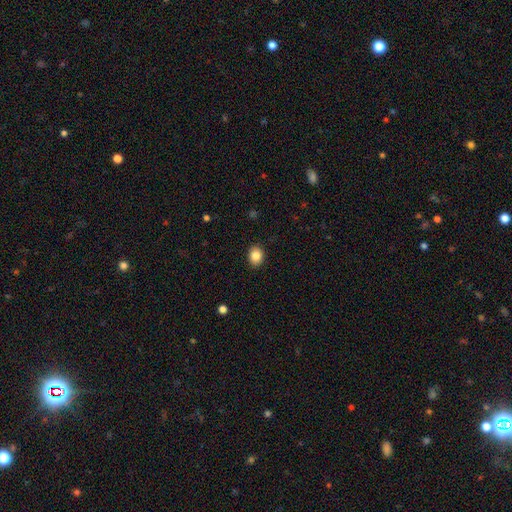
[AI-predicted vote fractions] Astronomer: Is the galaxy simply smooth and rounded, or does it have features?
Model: smooth — 85%.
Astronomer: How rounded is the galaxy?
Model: round — 51% (runner-up: in between, 48%).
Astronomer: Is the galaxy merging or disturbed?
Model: none — 90%.